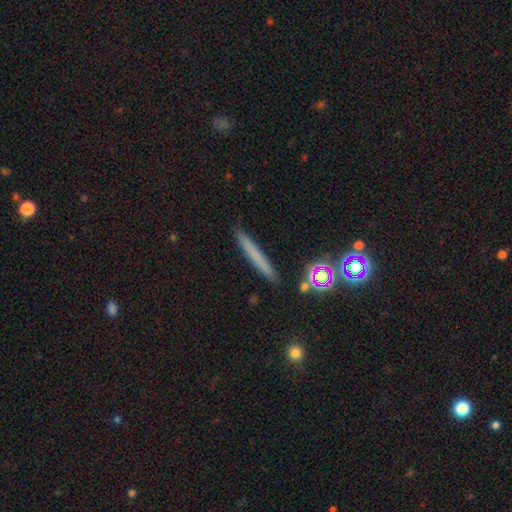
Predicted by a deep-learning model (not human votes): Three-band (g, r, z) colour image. It shows a smooth galaxy with no disk features (63%) that is cigar-shaped (95%). Merging: none (90%).